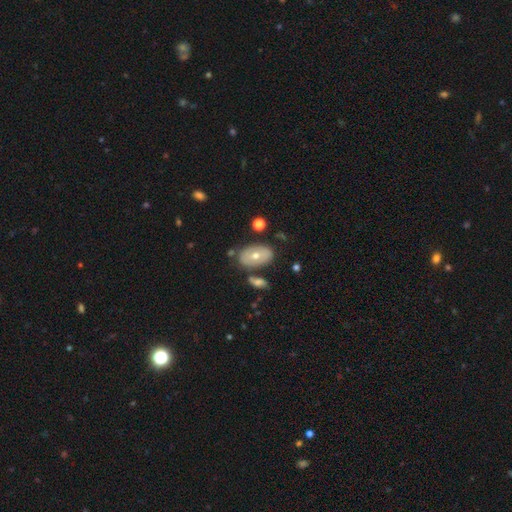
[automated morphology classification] Smooth or featured: smooth — 55% (featured or disk — 37%)
How rounded: in between — 88% (round — 10%)
Merging: none — 70% (minor disturbance — 17%)